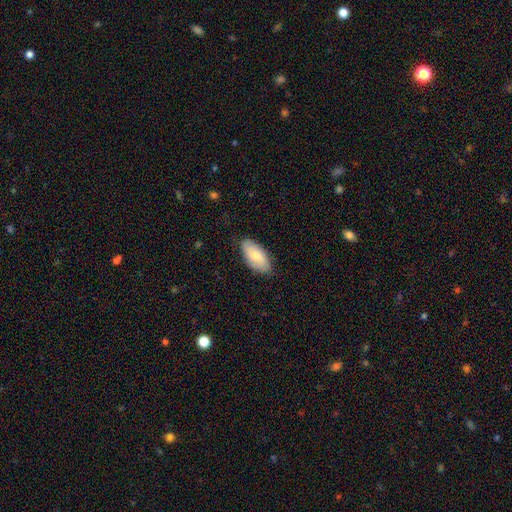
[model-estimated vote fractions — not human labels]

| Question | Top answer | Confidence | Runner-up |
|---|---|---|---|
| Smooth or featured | smooth | 73% | featured or disk (22%) |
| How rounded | in between | 93% | cigar-shaped (4%) |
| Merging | none | 79% | minor disturbance (17%) |